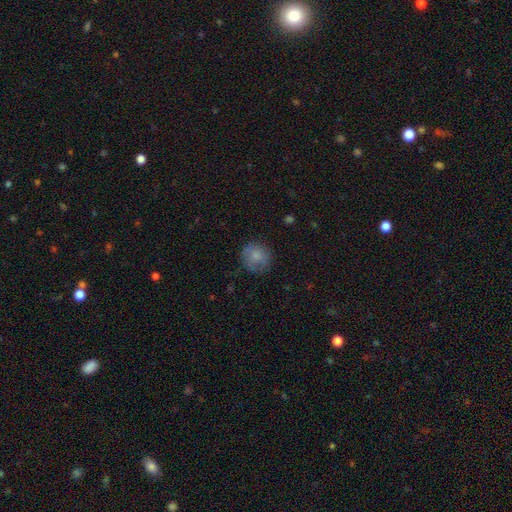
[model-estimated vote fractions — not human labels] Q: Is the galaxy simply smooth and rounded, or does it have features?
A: smooth — 81%.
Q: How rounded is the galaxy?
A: round — 85%.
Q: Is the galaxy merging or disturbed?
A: none — 74%.